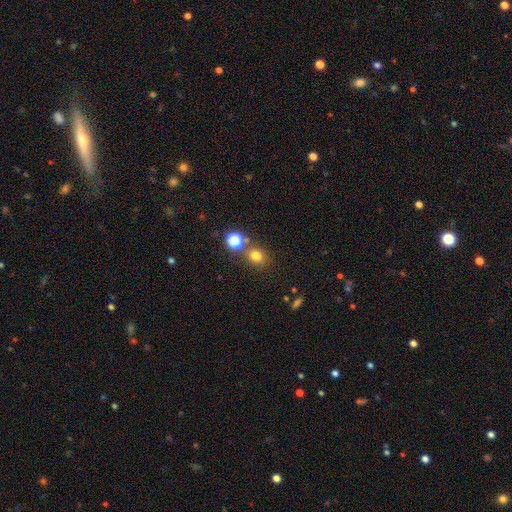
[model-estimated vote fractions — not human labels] The model was most divided on "how rounded": round: 72%, in between: 27%, cigar-shaped: 1%. More confident: smooth or featured — smooth (75%); merging — none (69%).